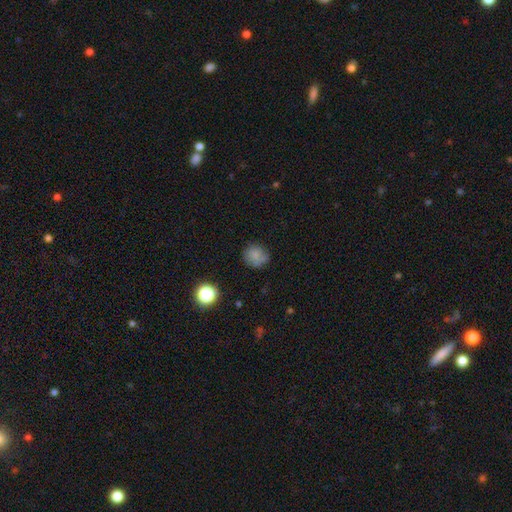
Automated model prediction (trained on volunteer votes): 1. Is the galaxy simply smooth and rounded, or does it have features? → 76% smooth, 12% star or artifact, 12% featured or disk.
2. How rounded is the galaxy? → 83% round, 16% in between, 1% cigar-shaped.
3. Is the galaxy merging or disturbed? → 69% none, 22% minor disturbance, 7% major disturbance, 2% merger.